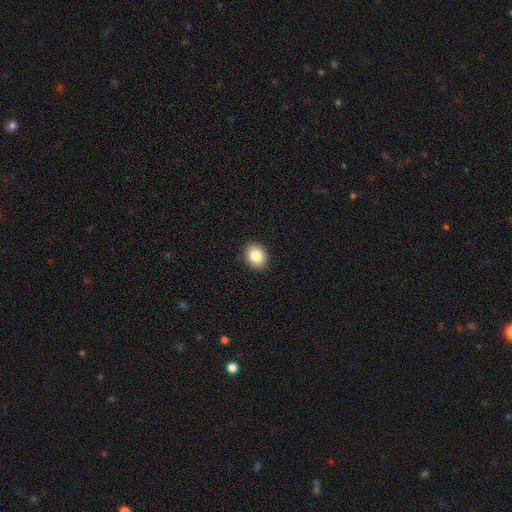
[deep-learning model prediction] Overall: smooth (83%). How rounded: round (52%; in between 47%). Merging: none (91%).